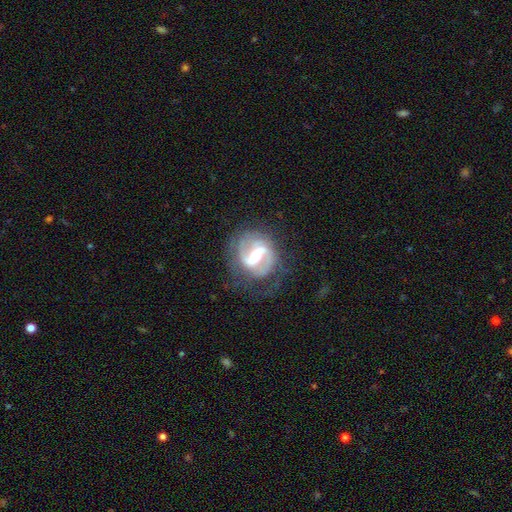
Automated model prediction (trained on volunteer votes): Smooth or featured?
  - featured or disk: 88% *
  - smooth: 7%
  - star or artifact: 5%
Edge-on disk?
  - no: 97% *
  - yes: 3%
Bar?
  - strong: 58% *
  - weak: 34%
  - no: 9%
Spiral arms?
  - yes: 93% *
  - no: 7%
Spiral winding?
  - medium: 47% *
  - loose: 32%
  - tight: 21%
Spiral arm count?
  - 2: 83% *
  - can't tell: 7%
  - 3: 4%
  - 1: 3%
  - 4: 1%
  - more than 4: 1%
Bulge size?
  - moderate: 60% *
  - small: 29%
  - large: 8%
  - none: 1%
  - dominant: 1%
Merging?
  - none: 67% *
  - minor disturbance: 17%
  - major disturbance: 14%
  - merger: 2%